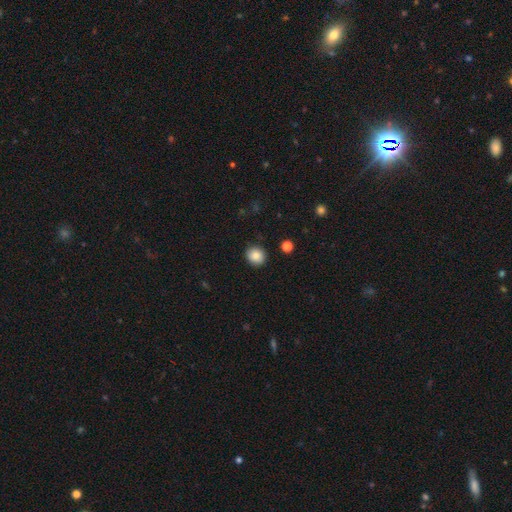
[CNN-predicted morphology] This appears to be a smooth galaxy with no disk features (84%) that is round (85%). Merging: none (90%).